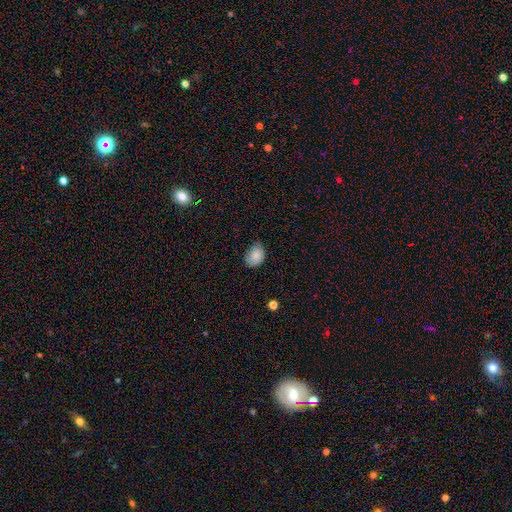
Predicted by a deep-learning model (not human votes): Overall: smooth (84%). How rounded: in between (70%). Merging: none (58%; minor disturbance 35%).